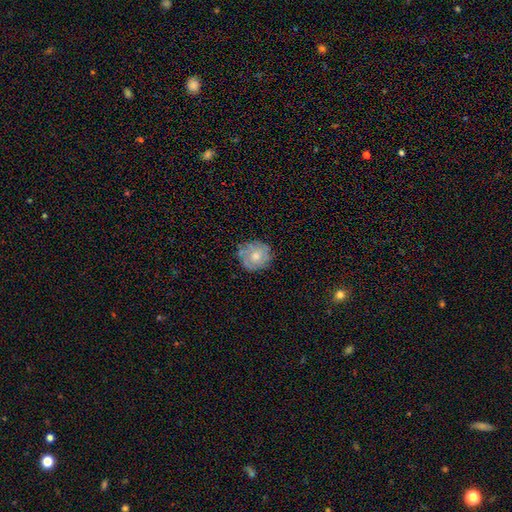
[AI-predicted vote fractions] Smooth or featured? Predicted: featured or disk (p=0.47). Merging? Predicted: none (p=0.76).